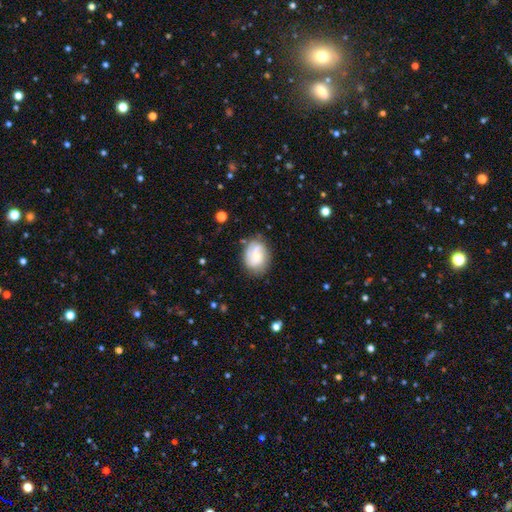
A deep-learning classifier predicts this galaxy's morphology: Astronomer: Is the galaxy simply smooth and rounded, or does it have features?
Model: featured or disk — 60%.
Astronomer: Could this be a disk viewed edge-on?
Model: no — 97%.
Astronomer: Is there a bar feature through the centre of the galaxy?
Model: no — 53% (runner-up: weak, 39%).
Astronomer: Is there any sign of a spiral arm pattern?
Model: yes — 87%.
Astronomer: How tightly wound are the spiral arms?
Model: medium — 40% (runner-up: tight, 38%).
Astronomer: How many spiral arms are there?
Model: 2 — 55%.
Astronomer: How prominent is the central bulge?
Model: small — 52% (runner-up: moderate, 39%).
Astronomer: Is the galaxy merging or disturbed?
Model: none — 71%.